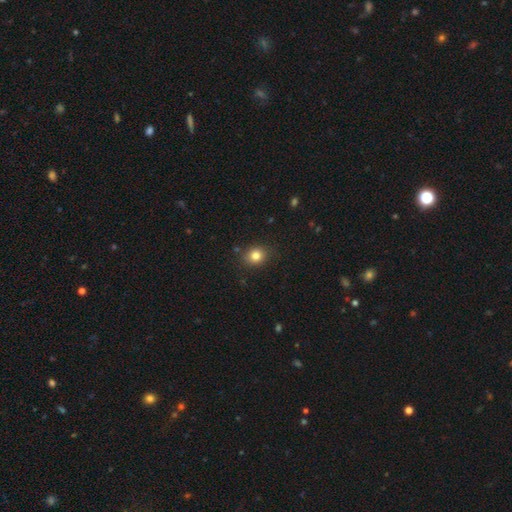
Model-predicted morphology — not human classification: This appears to be a smooth galaxy with no disk features (82%) that is round (71%). Merging: none (85%).